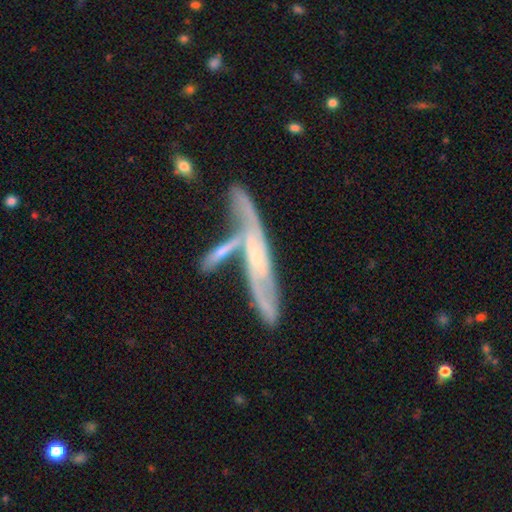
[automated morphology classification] The model was most divided on "merging": merger: 42%, none: 35%, minor disturbance: 15%, major disturbance: 9%. More confident: smooth or featured — featured or disk (79%); edge-on disk — no (55%).